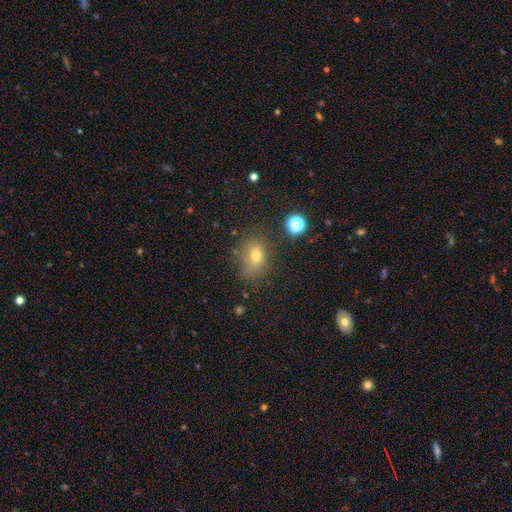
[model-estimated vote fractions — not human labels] Morphology: type=smooth (70%); roundness=in between (56%); merging=none (68%).